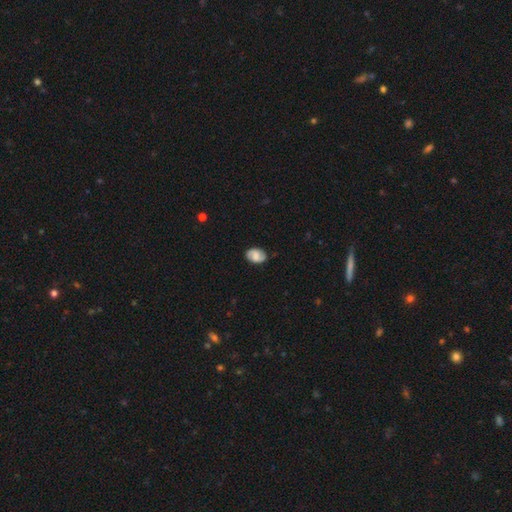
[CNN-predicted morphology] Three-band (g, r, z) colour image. It shows a featured or disk galaxy (51%). Merging: none (82%).